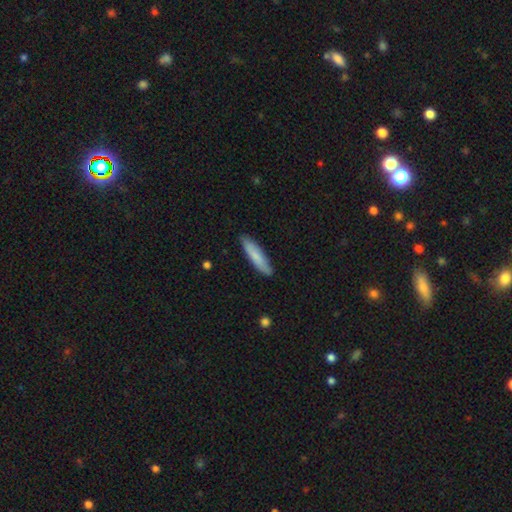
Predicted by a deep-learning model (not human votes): smooth 79%, featured or disk 16%, star or artifact 5%. Down the decision tree: how rounded — cigar-shaped (81%); merging — none (88%).